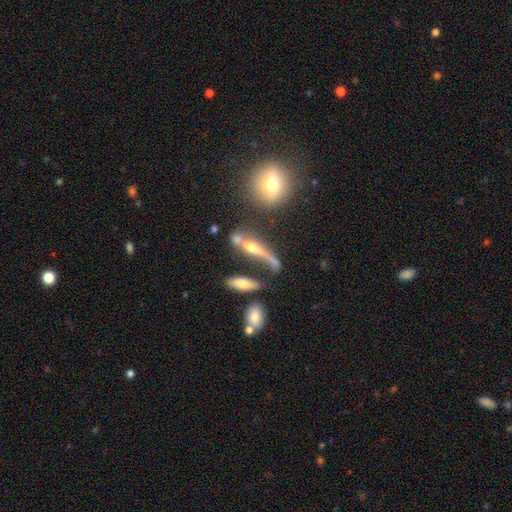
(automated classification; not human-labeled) A star or artifact, not a galaxy (44%).